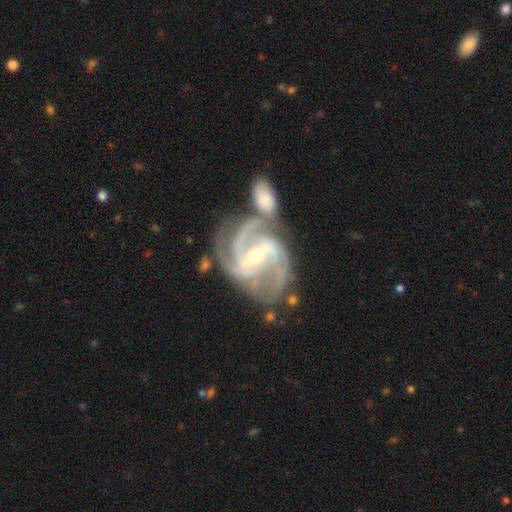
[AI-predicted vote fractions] Smooth or featured?
  - featured or disk: 93% *
  - star or artifact: 4%
  - smooth: 3%
Edge-on disk?
  - no: 97% *
  - yes: 3%
Bar?
  - strong: 52% *
  - weak: 36%
  - no: 12%
Spiral arms?
  - yes: 98% *
  - no: 2%
Spiral winding?
  - medium: 54% *
  - tight: 33%
  - loose: 13%
Spiral arm count?
  - 3: 37% *
  - 2: 30%
  - 4: 17%
  - can't tell: 8%
  - more than 4: 4%
  - 1: 4%
Bulge size?
  - small: 61% *
  - moderate: 36%
  - large: 1%
  - none: 1%
  - dominant: 1%
Merging?
  - none: 45% *
  - merger: 30%
  - minor disturbance: 15%
  - major disturbance: 9%